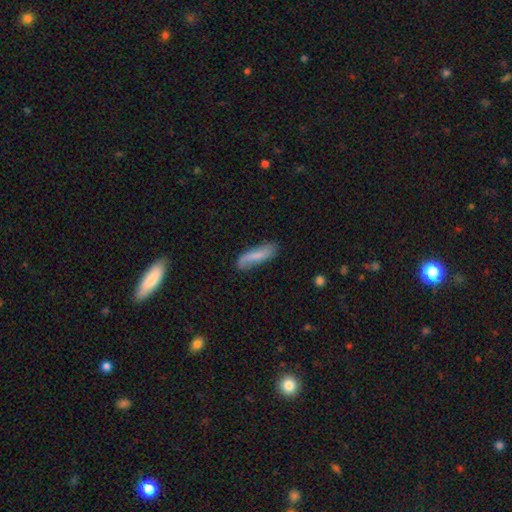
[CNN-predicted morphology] smooth-or-featured: smooth: 69% | featured or disk: 25% | star or artifact: 7%
  how-rounded: cigar-shaped: 61% | in between: 36% | round: 2%
  merging: none: 69% | minor disturbance: 23% | major disturbance: 6% | merger: 2%